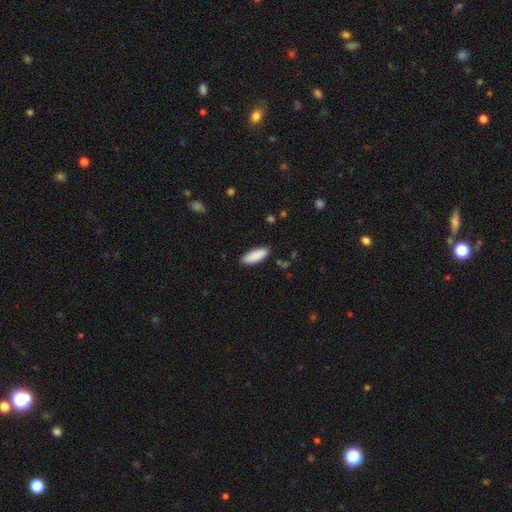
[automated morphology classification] smooth 90%, star or artifact 6%, featured or disk 4%. Down the decision tree: how rounded — in between (69%); merging — none (87%).